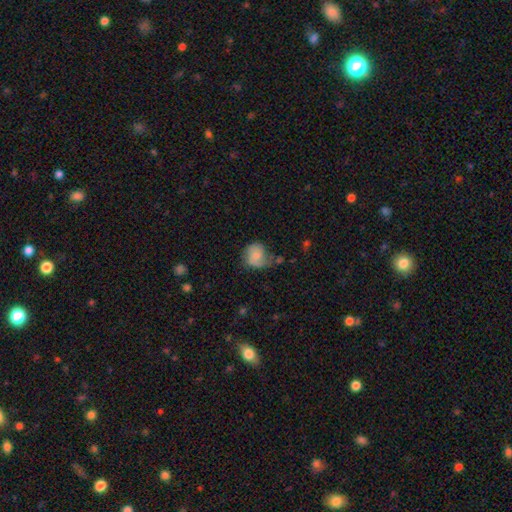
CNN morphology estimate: A smooth galaxy with no disk features (59%) that is round (66%). Merging: none (42%).